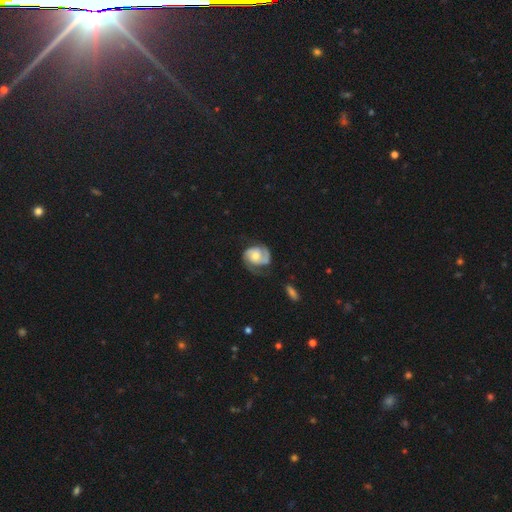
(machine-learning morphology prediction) The model was most divided on "spiral winding": tight: 45%, medium: 41%, loose: 14%. More confident: edge-on disk — no (98%); spiral arms — yes (95%); smooth or featured — featured or disk (81%); spiral arm count — 2 (79%); bar — no (66%); merging — none (56%); bulge size — moderate (51%).